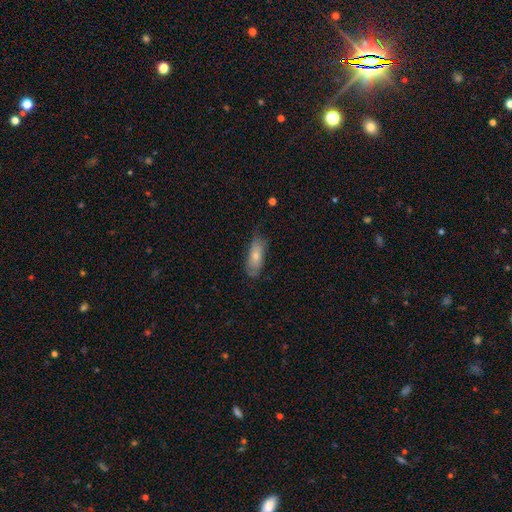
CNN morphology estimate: smooth_or_featured: smooth (p=0.68) [alt: featured or disk p=0.25]
how_rounded: in between (p=0.71) [alt: cigar-shaped p=0.26]
merging: none (p=0.65) [alt: minor disturbance p=0.27]